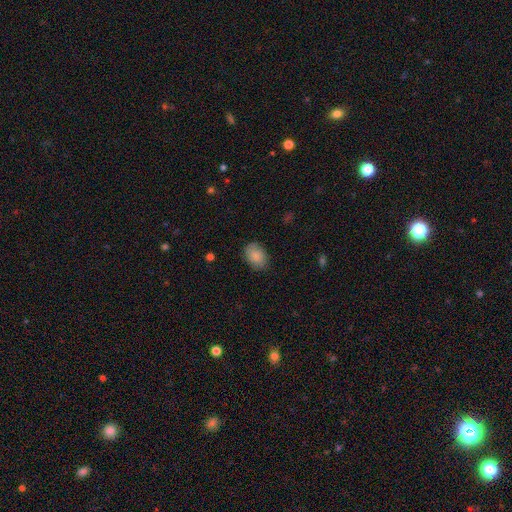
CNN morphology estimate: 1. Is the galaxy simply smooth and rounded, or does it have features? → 86% smooth, 7% featured or disk, 7% star or artifact.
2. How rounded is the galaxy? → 77% in between, 22% round, 1% cigar-shaped.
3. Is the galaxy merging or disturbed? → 80% none, 15% minor disturbance, 4% major disturbance, 1% merger.